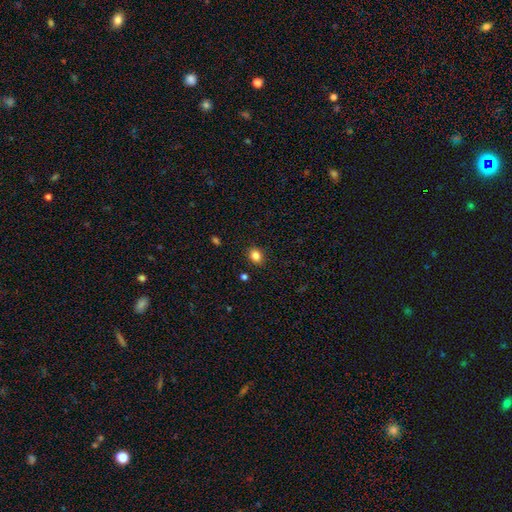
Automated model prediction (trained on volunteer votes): A smooth galaxy with no disk features (84%) that is in between round and cigar-shaped (50%).

Vote fractions:
- Smooth or featured? smooth: 84% / star or artifact: 11% / featured or disk: 5%
- How rounded? in between: 50% / round: 49% / cigar-shaped: 1%
- Merging? none: 88% / minor disturbance: 8% / major disturbance: 2% / merger: 2%